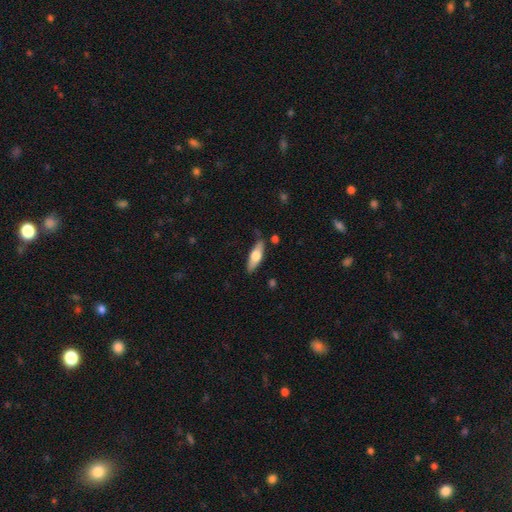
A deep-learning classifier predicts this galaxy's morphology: Smooth or featured?
  - smooth: 55% *
  - featured or disk: 39%
  - star or artifact: 6%
How rounded?
  - in between: 54% *
  - cigar-shaped: 43%
  - round: 2%
Merging?
  - none: 75% *
  - minor disturbance: 18%
  - major disturbance: 4%
  - merger: 3%